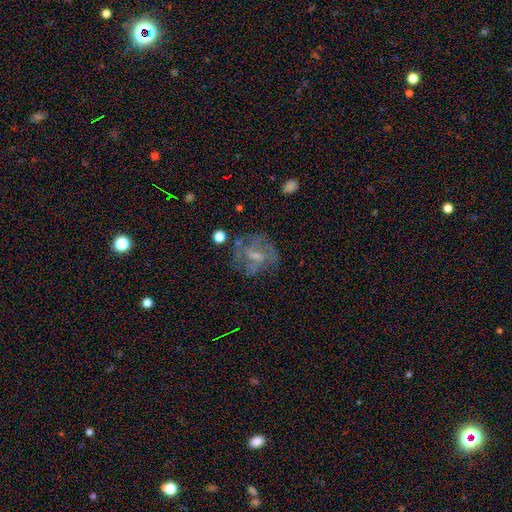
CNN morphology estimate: A featured or disk galaxy (56%) with a weak bar (46%), no spiral arms (51%) and a small central bulge (43%). Merging: none (54%).